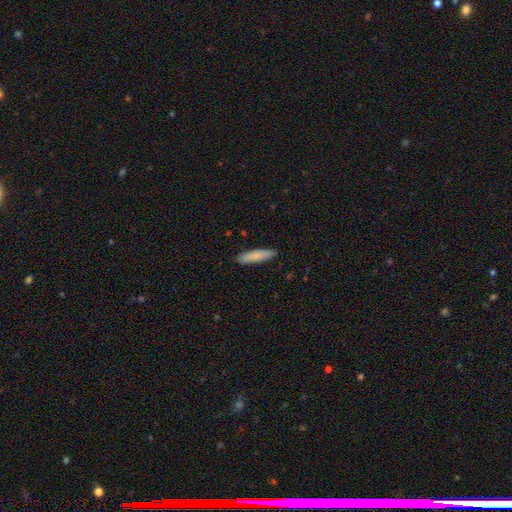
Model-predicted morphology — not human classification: smooth-or-featured: smooth: 80% | featured or disk: 14% | star or artifact: 6%
  how-rounded: cigar-shaped: 83% | in between: 16% | round: 1%
  merging: none: 89% | minor disturbance: 9% | major disturbance: 2% | merger: 1%